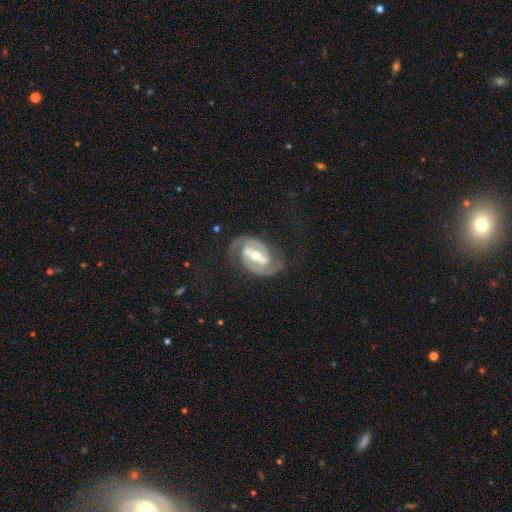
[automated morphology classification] This is clearly a featured or disk galaxy (91%). It is clearly not viewed edge-on (97%). Bar: likely strong (66%). Spiral arm pattern: clearly yes (96%). Spiral arm count: clearly 2 (93%). Spiral winding: possibly medium (48%). Central bulge: likely moderate (60%). Merging: likely none (76%).